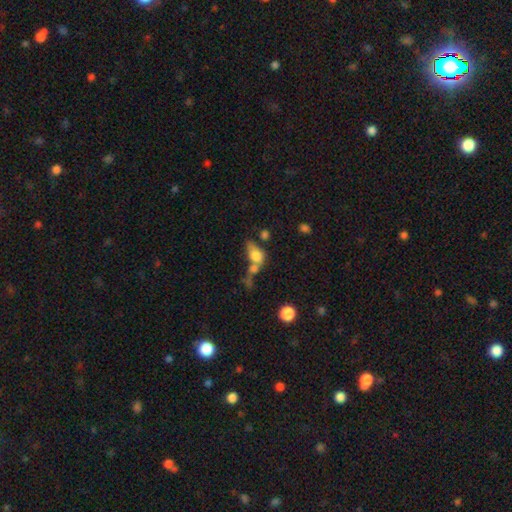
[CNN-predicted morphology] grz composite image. It shows a smooth galaxy with no disk features (71%) that is in between round and cigar-shaped (74%). Merging: merger (53%).